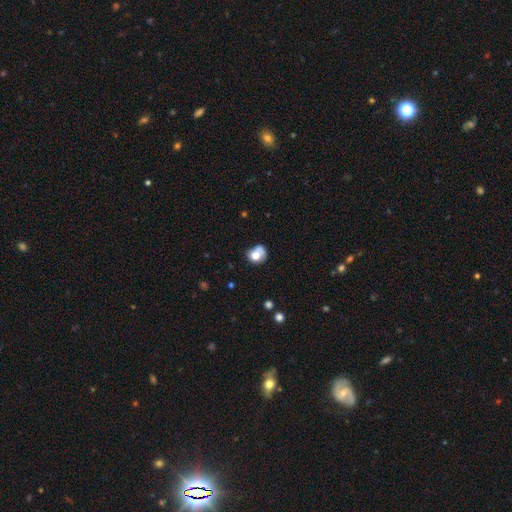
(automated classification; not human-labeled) Smooth or featured: smooth — 69% (featured or disk — 21%)
How rounded: round — 70% (in between — 29%)
Merging: none — 41% (minor disturbance — 24%)